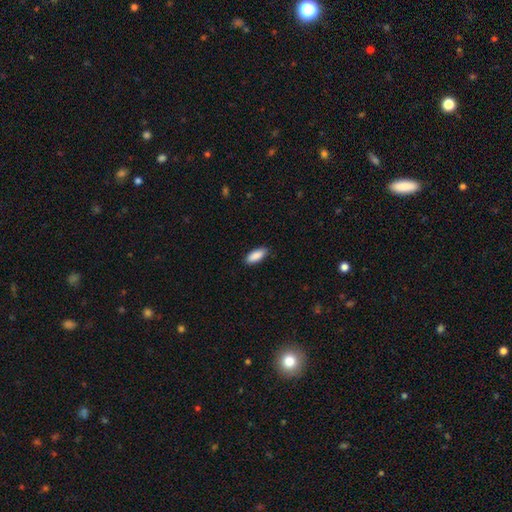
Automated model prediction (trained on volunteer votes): smooth-or-featured: smooth: 90% | star or artifact: 6% | featured or disk: 4%
  how-rounded: in between: 80% | cigar-shaped: 18% | round: 2%
  merging: none: 87% | minor disturbance: 10% | major disturbance: 2% | merger: 1%